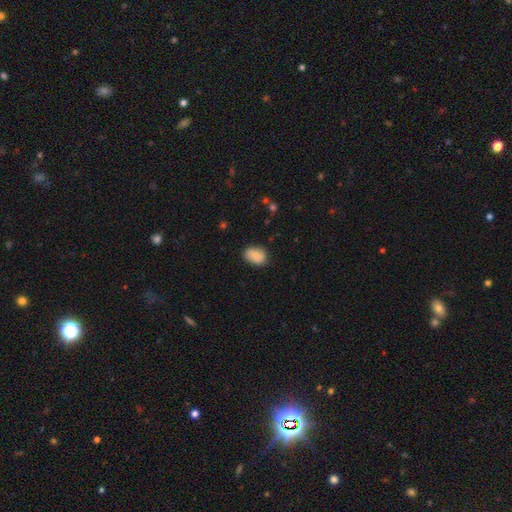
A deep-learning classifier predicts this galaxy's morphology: This is clearly a smooth galaxy (82%). How rounded: likely in between (77%). Merging: likely none (78%).